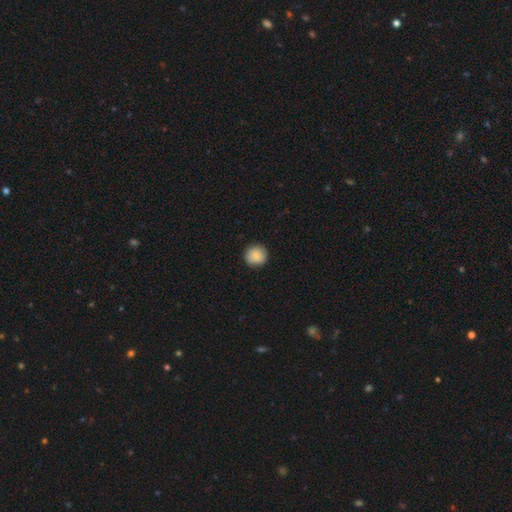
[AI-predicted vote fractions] This appears to be a smooth galaxy with no disk features (87%) that is round (93%). Merging: none (90%).